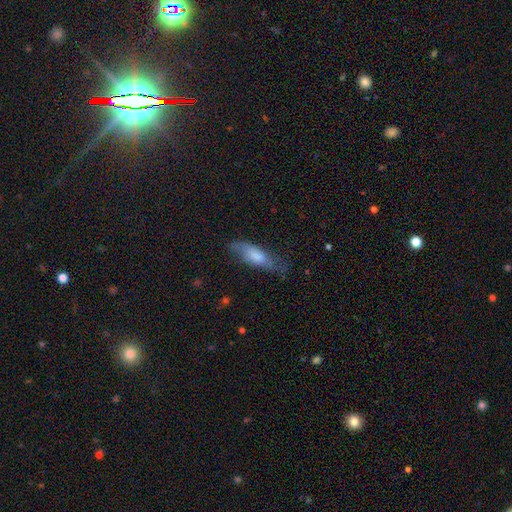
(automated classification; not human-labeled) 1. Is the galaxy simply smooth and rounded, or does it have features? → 64% smooth, 30% featured or disk, 7% star or artifact.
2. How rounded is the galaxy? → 52% in between, 46% cigar-shaped, 2% round.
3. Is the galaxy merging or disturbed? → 62% none, 26% minor disturbance, 10% major disturbance, 2% merger.